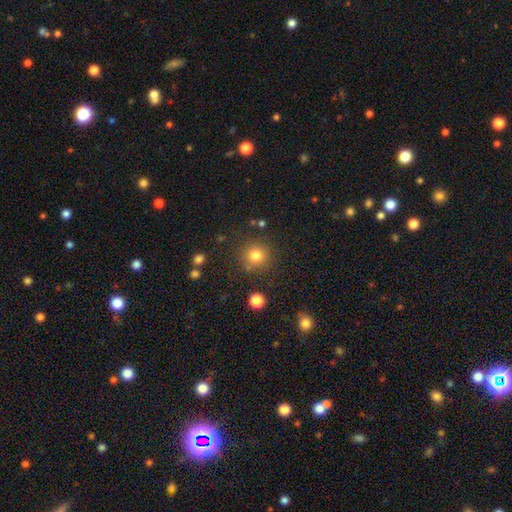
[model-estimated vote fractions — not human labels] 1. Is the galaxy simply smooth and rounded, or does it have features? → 81% smooth, 13% star or artifact, 6% featured or disk.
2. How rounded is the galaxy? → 93% round, 6% in between, 1% cigar-shaped.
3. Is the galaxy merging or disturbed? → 83% none, 9% minor disturbance, 5% merger, 4% major disturbance.